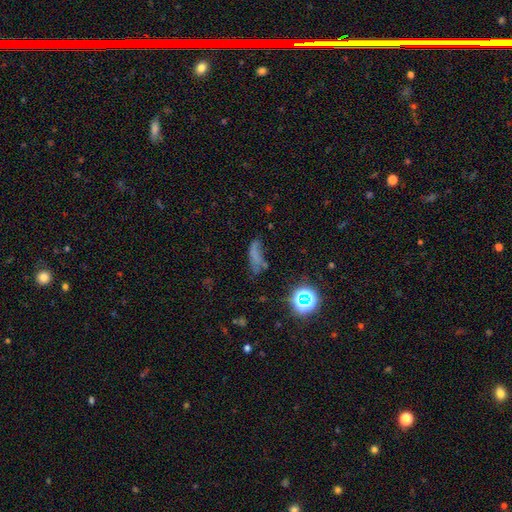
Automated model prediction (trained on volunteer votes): Q: Smooth or featured?
A: smooth (49%); runner-up: star or artifact (28%)
Q: Merging?
A: none (40%); runner-up: minor disturbance (26%)